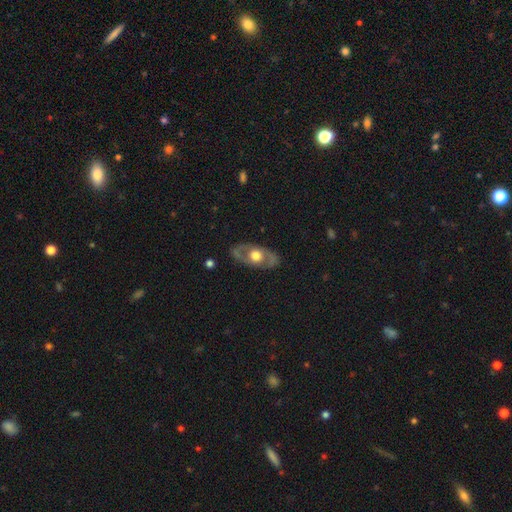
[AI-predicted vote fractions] Smooth or featured: featured or disk — 63% (smooth — 31%)
Edge-on disk: no — 83% (yes — 17%)
Bar: no — 86% (weak — 11%)
Spiral arms: no — 71% (yes — 29%)
Bulge size: moderate — 47% (large — 46%)
Merging: none — 82% (minor disturbance — 13%)